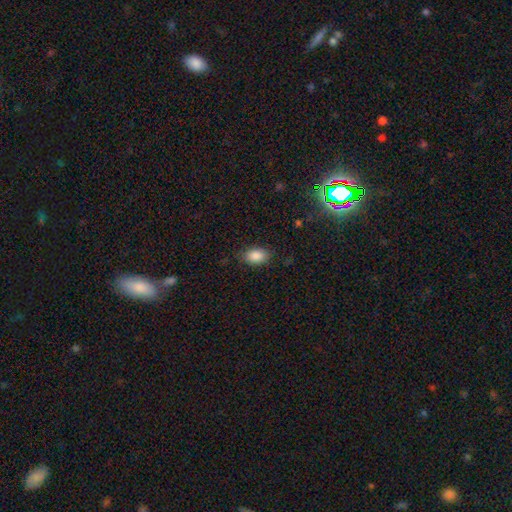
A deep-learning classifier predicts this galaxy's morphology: smooth_or_featured: smooth (p=0.88) [alt: star or artifact p=0.08]
how_rounded: in between (p=0.89) [alt: round p=0.09]
merging: none (p=0.82) [alt: minor disturbance p=0.13]